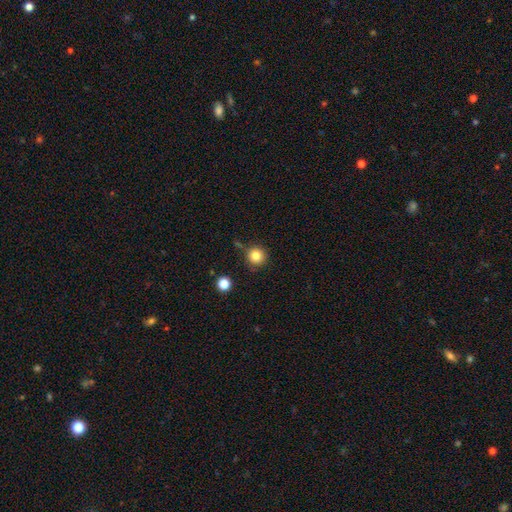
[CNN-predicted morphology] smooth-or-featured: smooth: 82% | star or artifact: 12% | featured or disk: 6%
  how-rounded: round: 95% | in between: 4% | cigar-shaped: 1%
  merging: none: 84% | minor disturbance: 10% | merger: 4% | major disturbance: 3%